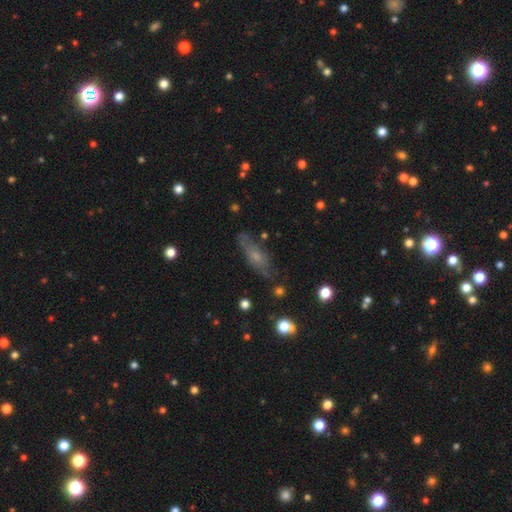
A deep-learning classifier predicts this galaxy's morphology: Smooth or featured? Predicted: smooth (p=0.48). Merging? Predicted: none (p=0.71).